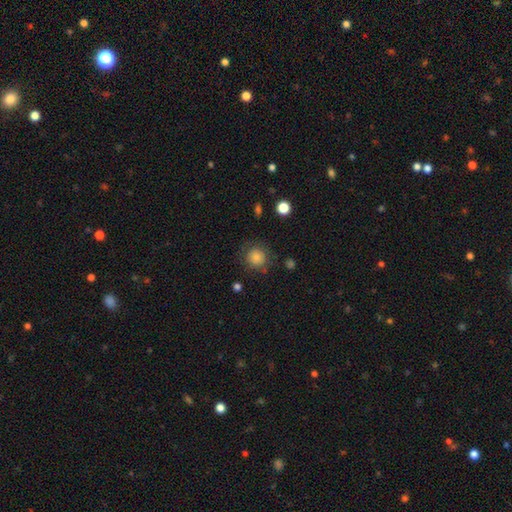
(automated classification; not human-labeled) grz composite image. It shows a smooth galaxy with no disk features (83%) that is round (91%). Merging: none (79%).